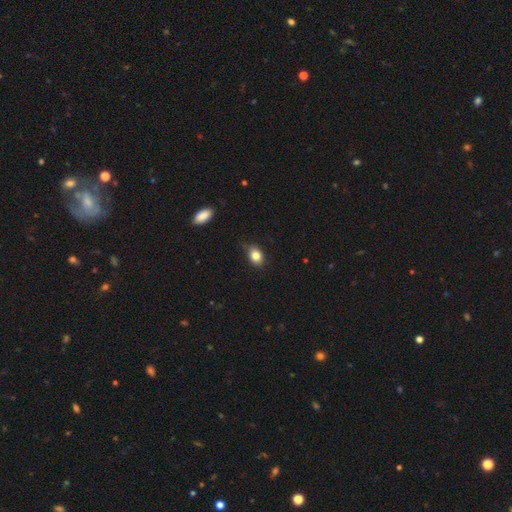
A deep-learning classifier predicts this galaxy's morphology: This is clearly a smooth galaxy (82%). How rounded: likely in between (74%). Merging: likely none (77%).